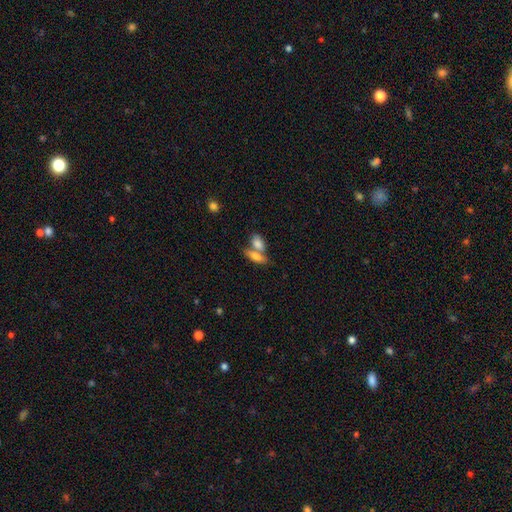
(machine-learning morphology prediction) Smooth or featured? smooth (76%)
How rounded? in between (76%)
Merging? merger (53%)